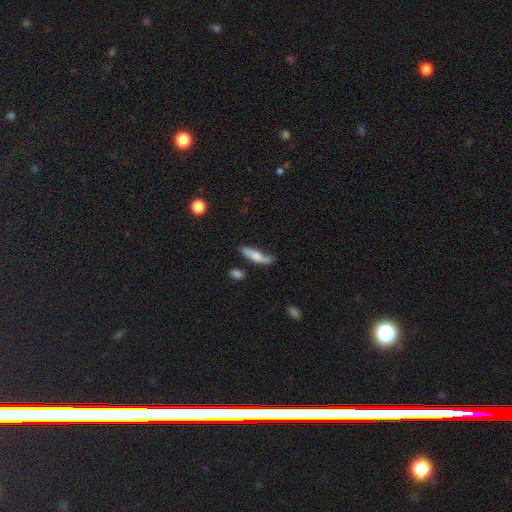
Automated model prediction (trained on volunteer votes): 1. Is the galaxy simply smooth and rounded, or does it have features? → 64% smooth, 30% featured or disk, 6% star or artifact.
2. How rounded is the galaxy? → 62% cigar-shaped, 35% in between, 2% round.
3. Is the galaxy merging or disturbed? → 55% none, 31% minor disturbance, 10% major disturbance, 5% merger.